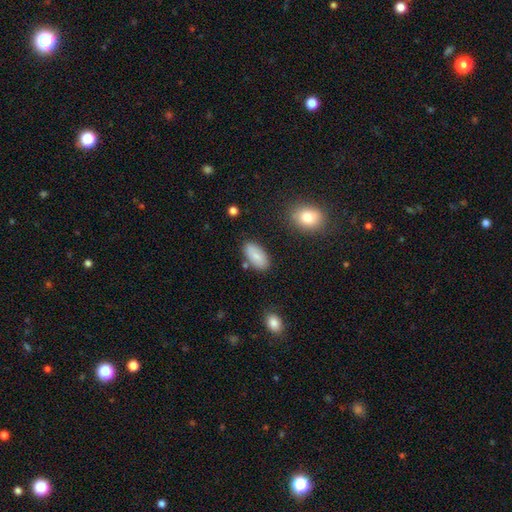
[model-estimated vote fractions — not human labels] This appears to be a smooth galaxy with no disk features (81%) that is in between round and cigar-shaped (93%). Merging: none (80%).